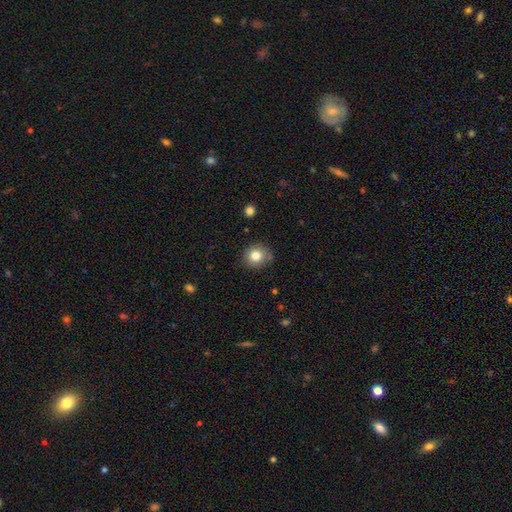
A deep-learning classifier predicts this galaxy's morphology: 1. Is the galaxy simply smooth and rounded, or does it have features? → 81% smooth, 11% star or artifact, 8% featured or disk.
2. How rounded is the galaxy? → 85% round, 14% in between, 1% cigar-shaped.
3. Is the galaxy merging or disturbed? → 82% none, 13% minor disturbance, 3% merger, 3% major disturbance.